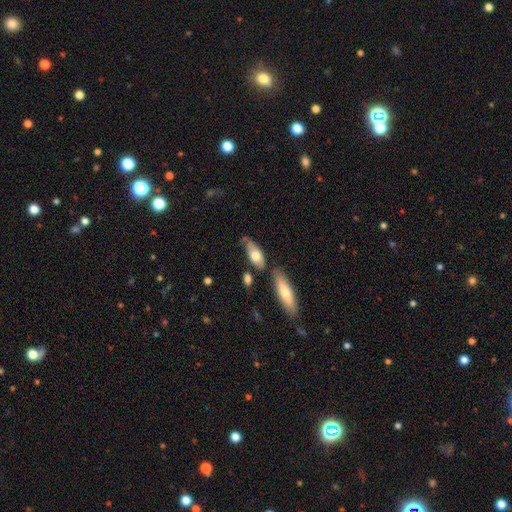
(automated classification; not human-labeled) The model was most divided on "smooth or featured": smooth: 67%, featured or disk: 27%, star or artifact: 6%. More confident: how rounded — in between (79%); merging — none (62%).